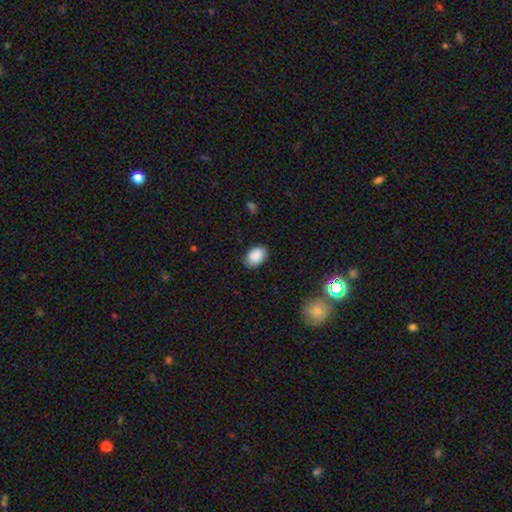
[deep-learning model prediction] Q: Smooth or featured?
A: smooth (89%); runner-up: star or artifact (7%)
Q: How rounded?
A: in between (83%); runner-up: round (16%)
Q: Merging?
A: none (83%); runner-up: minor disturbance (13%)